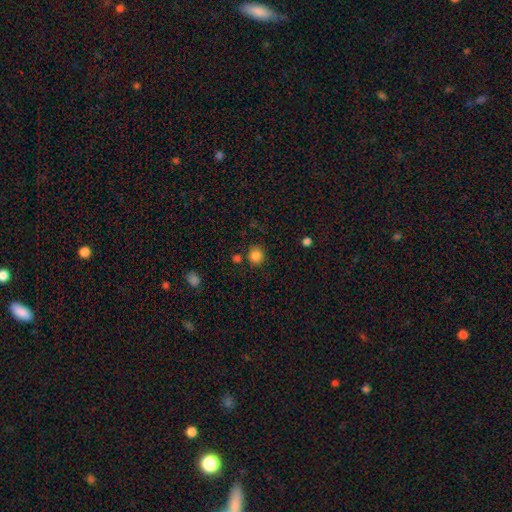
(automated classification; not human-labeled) This appears to be a smooth galaxy with no disk features (85%) that is round (90%). Merging: none (83%).